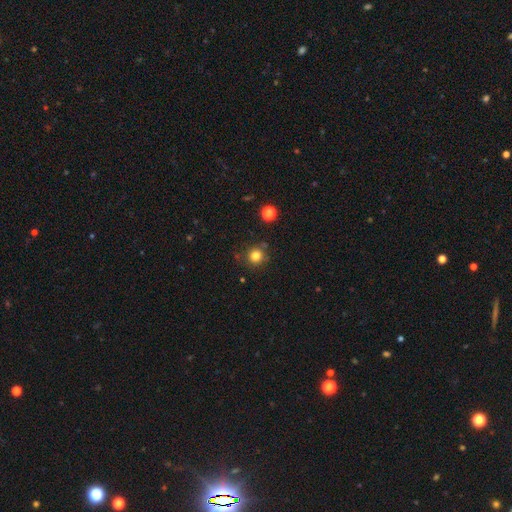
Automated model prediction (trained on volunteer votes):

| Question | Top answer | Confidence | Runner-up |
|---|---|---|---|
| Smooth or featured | smooth | 81% | star or artifact (13%) |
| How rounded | round | 91% | in between (8%) |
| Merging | none | 81% | minor disturbance (11%) |